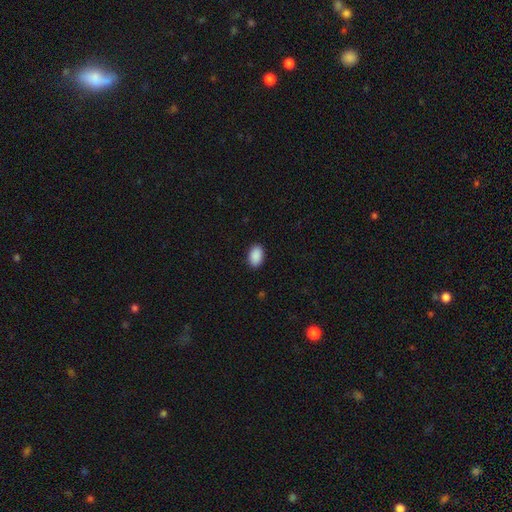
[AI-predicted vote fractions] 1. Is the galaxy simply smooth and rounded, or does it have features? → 91% smooth, 7% star or artifact, 2% featured or disk.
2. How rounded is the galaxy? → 91% in between, 7% round, 1% cigar-shaped.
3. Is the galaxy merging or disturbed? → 90% none, 7% minor disturbance, 2% major disturbance, 1% merger.